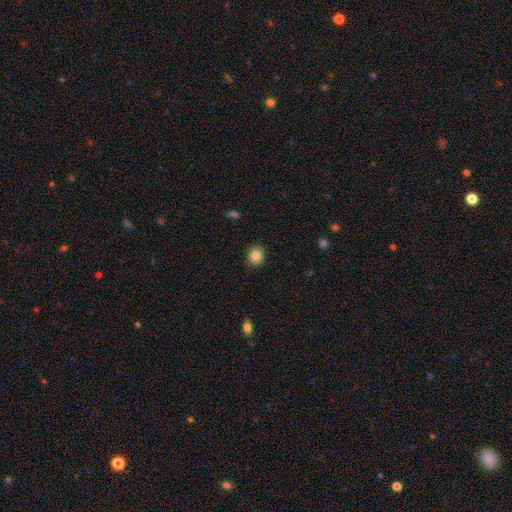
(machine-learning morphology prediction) type=smooth (84%); roundness=round (82%); merging=none (89%).